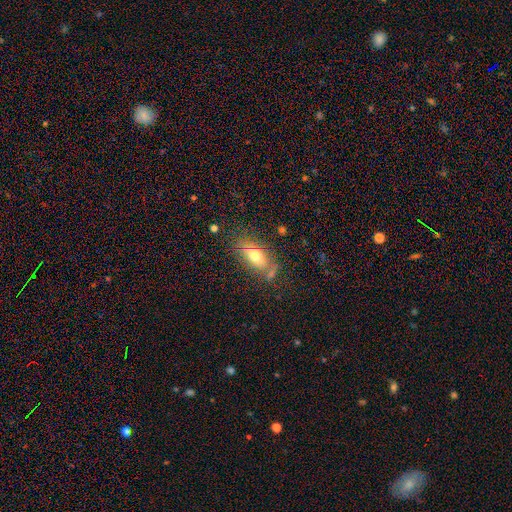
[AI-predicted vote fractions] Q: Smooth or featured?
A: smooth (64%); runner-up: featured or disk (25%)
Q: How rounded?
A: in between (82%); runner-up: cigar-shaped (12%)
Q: Merging?
A: none (70%); runner-up: minor disturbance (17%)